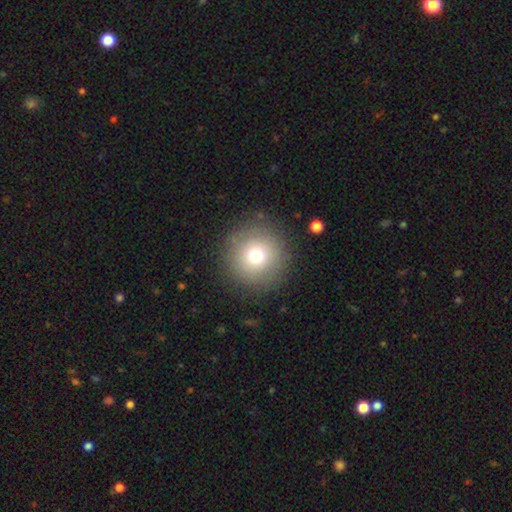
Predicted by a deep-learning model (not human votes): Smooth or featured: smooth — 72% (star or artifact — 14%)
How rounded: round — 96% (in between — 3%)
Merging: none — 87% (minor disturbance — 8%)